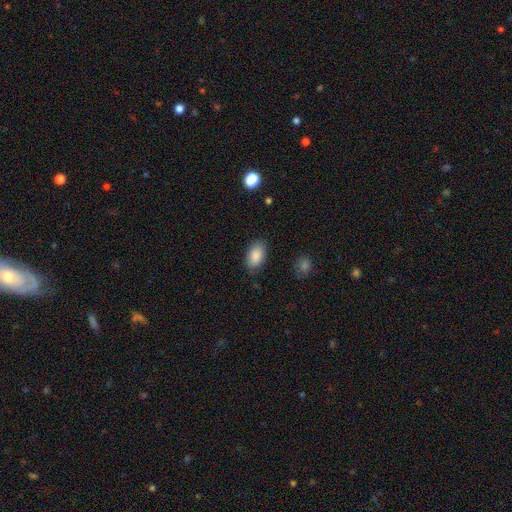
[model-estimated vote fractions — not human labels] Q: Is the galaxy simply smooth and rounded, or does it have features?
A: smooth — 88%.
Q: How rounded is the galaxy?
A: in between — 94%.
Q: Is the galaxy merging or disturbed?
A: none — 80%.